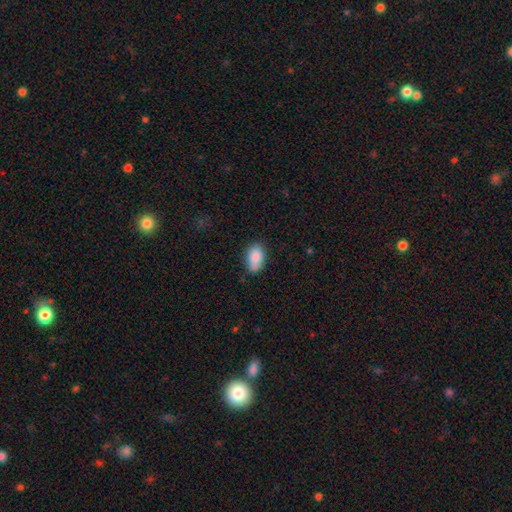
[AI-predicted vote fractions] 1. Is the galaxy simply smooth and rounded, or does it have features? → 85% smooth, 8% featured or disk, 7% star or artifact.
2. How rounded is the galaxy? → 91% in between, 7% round, 2% cigar-shaped.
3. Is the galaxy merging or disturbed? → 74% none, 21% minor disturbance, 3% major disturbance, 2% merger.